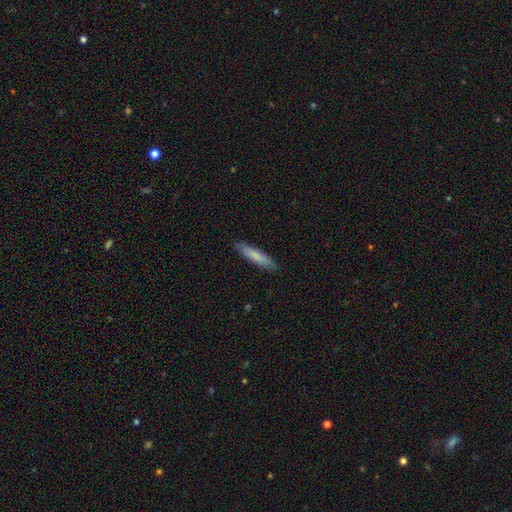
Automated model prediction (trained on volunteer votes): smooth 76%, featured or disk 18%, star or artifact 5%. Down the decision tree: how rounded — cigar-shaped (86%); merging — none (88%).